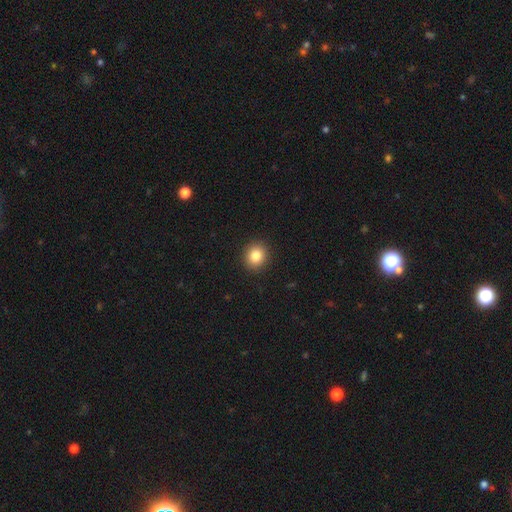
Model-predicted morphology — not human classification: Smooth or featured? Predicted: smooth (p=0.84). How rounded? Predicted: round (p=0.83). Merging? Predicted: none (p=0.92).